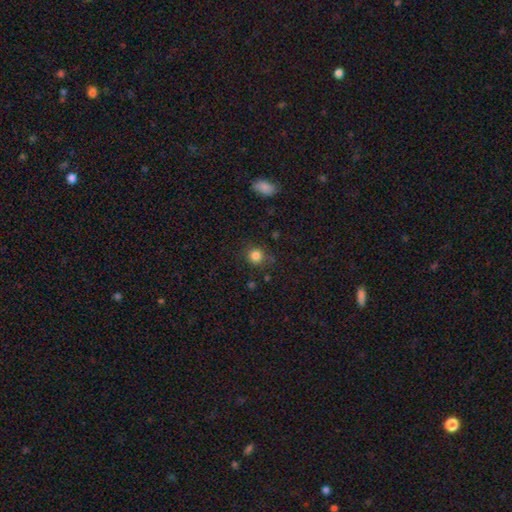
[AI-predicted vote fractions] The model was most divided on "merging": none: 80%, minor disturbance: 13%, major disturbance: 4%, merger: 3%. More confident: how rounded — round (90%); smooth or featured — smooth (83%).